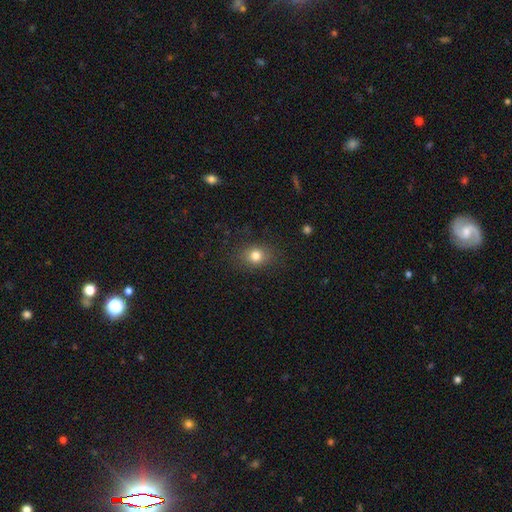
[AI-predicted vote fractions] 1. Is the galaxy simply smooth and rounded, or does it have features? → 80% smooth, 12% star or artifact, 8% featured or disk.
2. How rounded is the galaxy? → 52% round, 47% in between, 1% cigar-shaped.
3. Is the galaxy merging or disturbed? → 85% none, 11% minor disturbance, 4% major disturbance, 1% merger.